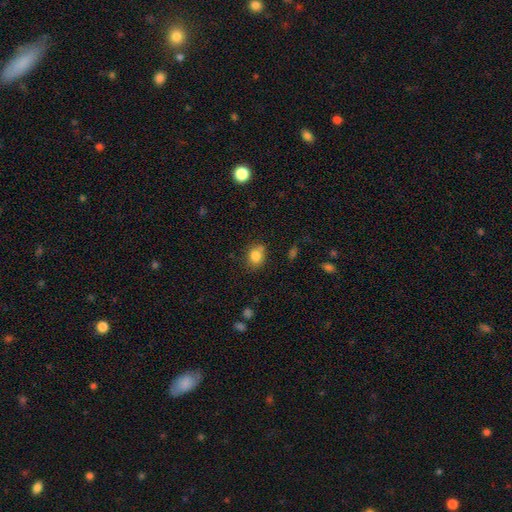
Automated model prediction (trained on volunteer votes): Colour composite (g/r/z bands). It shows a smooth galaxy with no disk features (83%) that is round (52%). Merging: none (69%).